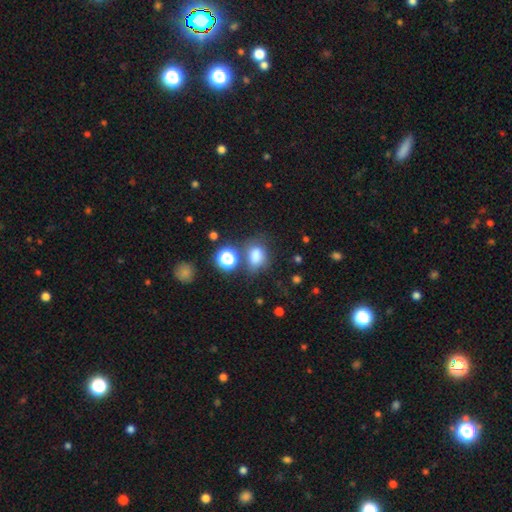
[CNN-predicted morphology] Overall: smooth (75%). How rounded: in between (60%; round 38%). Merging: none (58%; minor disturbance 20%).